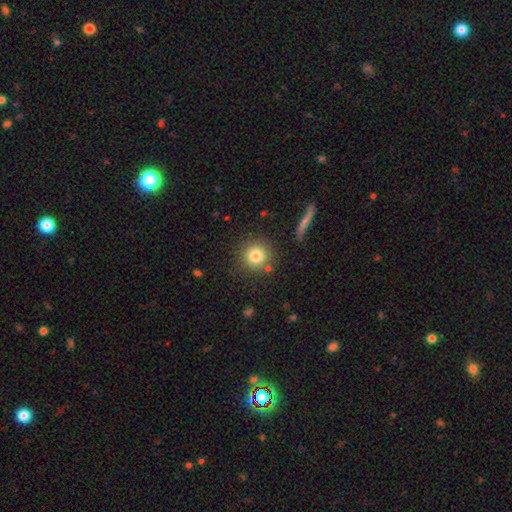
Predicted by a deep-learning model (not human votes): The model was most divided on "smooth or featured": smooth: 80%, star or artifact: 11%, featured or disk: 9%. More confident: how rounded — round (93%); merging — none (84%).